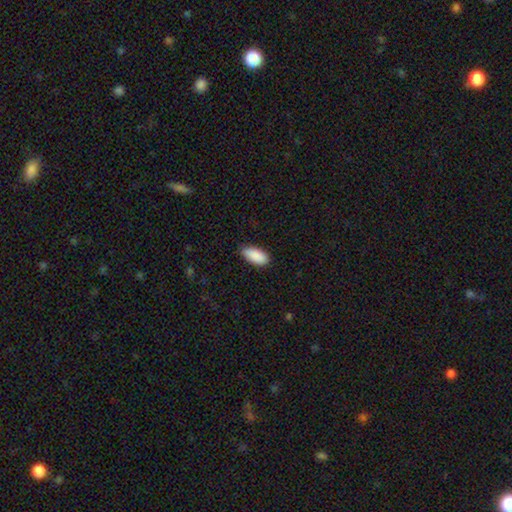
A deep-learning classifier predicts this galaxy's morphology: smooth-or-featured: smooth: 90% | star or artifact: 6% | featured or disk: 3%
  how-rounded: in between: 90% | cigar-shaped: 8% | round: 2%
  merging: none: 81% | minor disturbance: 16% | major disturbance: 2% | merger: 1%